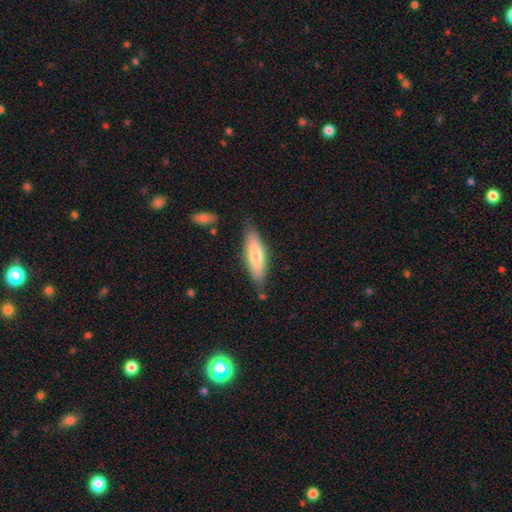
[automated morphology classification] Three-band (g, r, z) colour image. It shows a smooth galaxy with no disk features (67%) that is cigar-shaped (59%). Merging: none (80%).